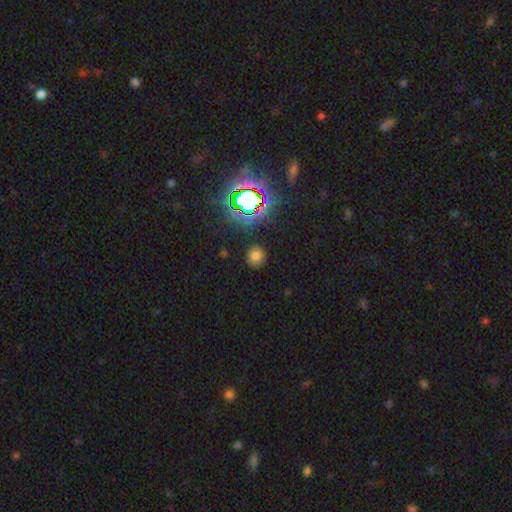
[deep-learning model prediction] Smooth or featured: smooth — 70% (star or artifact — 24%)
How rounded: round — 85% (in between — 14%)
Merging: none — 86% (minor disturbance — 9%)